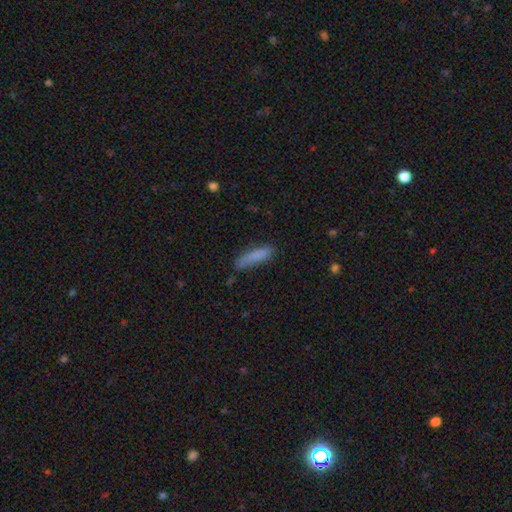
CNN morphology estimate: This appears to be a smooth galaxy with no disk features (82%) that is cigar-shaped (78%). Merging: none (67%).